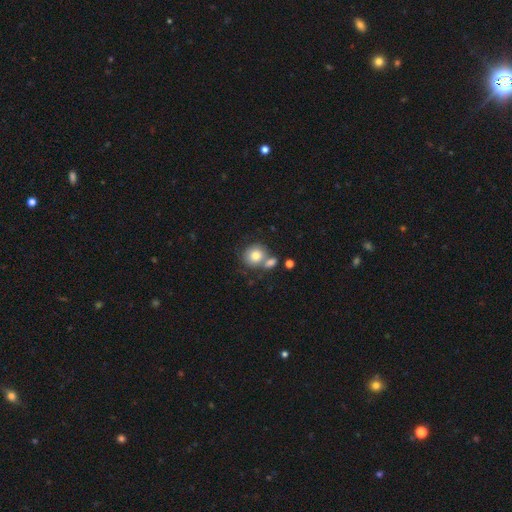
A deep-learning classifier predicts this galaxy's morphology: smooth 79%, featured or disk 13%, star or artifact 9%. Down the decision tree: how rounded — round (80%); merging — none (49%).